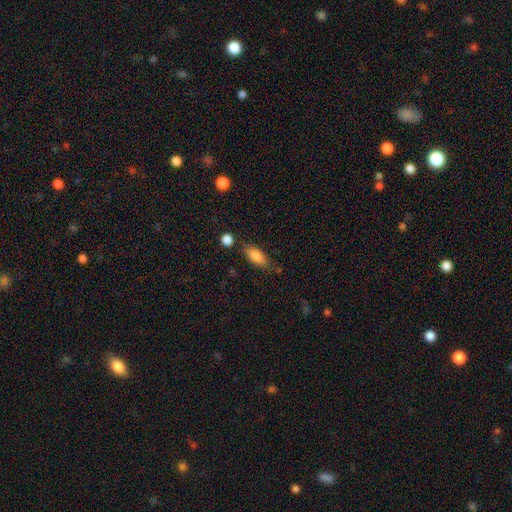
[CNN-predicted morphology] smooth-or-featured: smooth: 85% | featured or disk: 8% | star or artifact: 7%
  how-rounded: in between: 82% | cigar-shaped: 15% | round: 3%
  merging: none: 72% | minor disturbance: 17% | merger: 6% | major disturbance: 5%